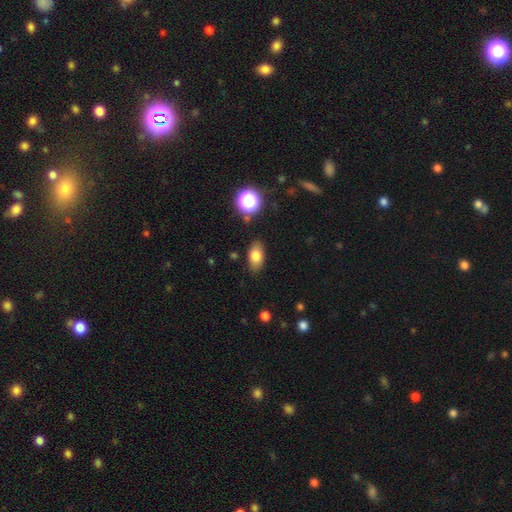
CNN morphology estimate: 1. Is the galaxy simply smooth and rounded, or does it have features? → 78% smooth, 12% featured or disk, 10% star or artifact.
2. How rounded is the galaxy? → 88% in between, 9% round, 4% cigar-shaped.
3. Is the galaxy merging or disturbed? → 85% none, 11% minor disturbance, 3% major disturbance, 2% merger.